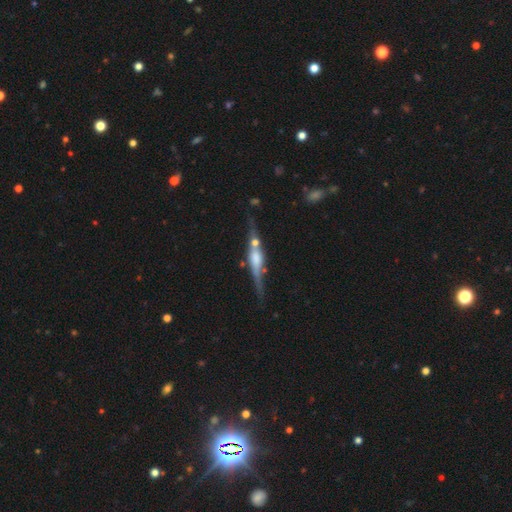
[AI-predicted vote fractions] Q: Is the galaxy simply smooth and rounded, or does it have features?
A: featured or disk — 80%.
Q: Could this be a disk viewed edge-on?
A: yes — 94%.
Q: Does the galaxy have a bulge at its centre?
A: rounded — 65%.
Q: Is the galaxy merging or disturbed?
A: none — 69%.